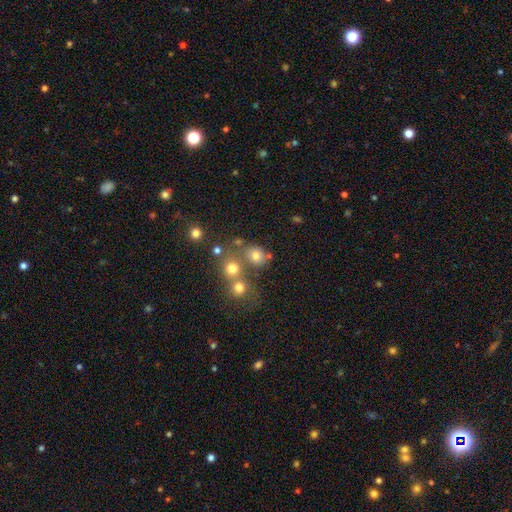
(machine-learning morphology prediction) This is likely a smooth galaxy (73%). How rounded: likely round (71%). Merging: possibly none (55%).